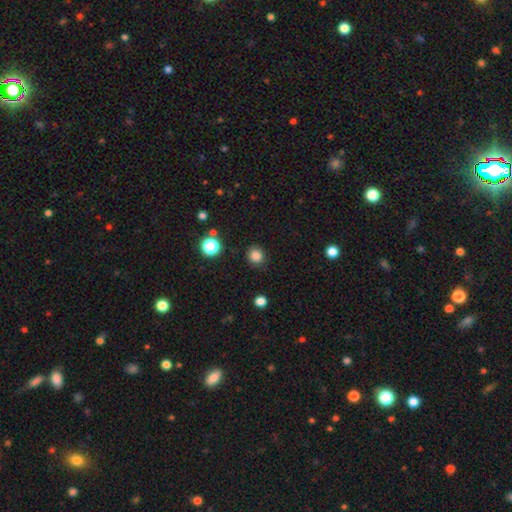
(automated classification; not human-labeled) This is clearly a smooth galaxy (84%). How rounded: clearly round (86%). Merging: clearly none (88%).